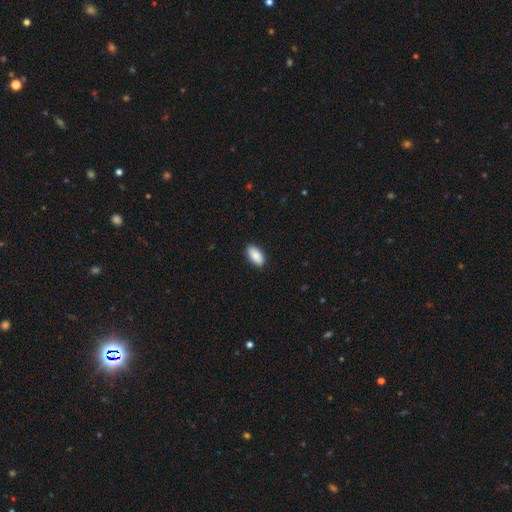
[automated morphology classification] The model was most divided on "merging": none: 90%, minor disturbance: 8%, major disturbance: 2%, merger: 1%. More confident: how rounded — in between (93%); smooth or featured — smooth (89%).